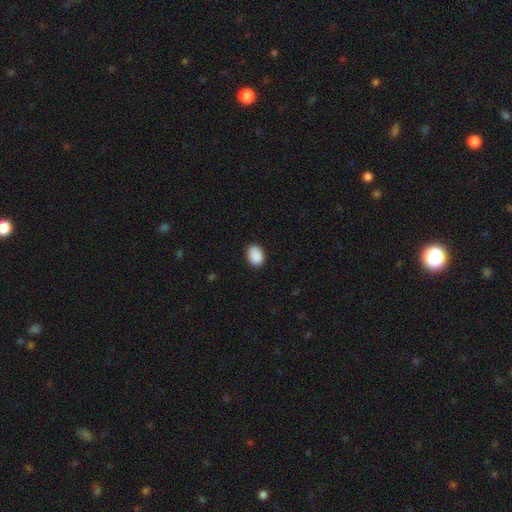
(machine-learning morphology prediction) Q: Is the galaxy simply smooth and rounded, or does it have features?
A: smooth — 90%.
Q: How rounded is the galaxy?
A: in between — 76%.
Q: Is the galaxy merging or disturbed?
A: none — 88%.